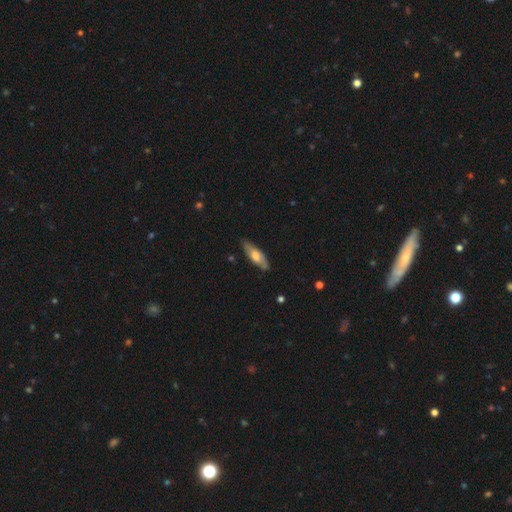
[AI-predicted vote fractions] smooth 56%, featured or disk 38%, star or artifact 5%. Down the decision tree: how rounded — in between (59%); merging — none (82%).